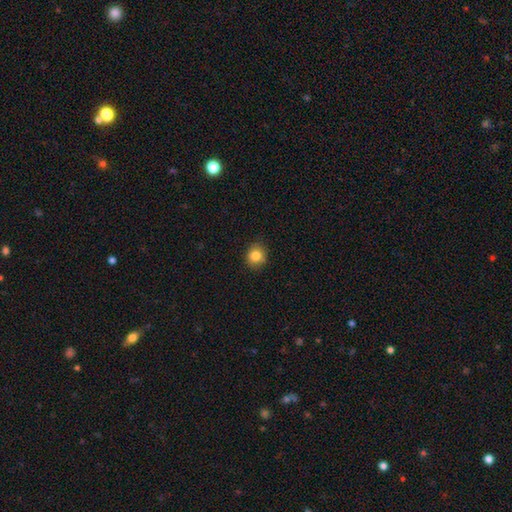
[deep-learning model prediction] smooth-or-featured: smooth: 84% | star or artifact: 10% | featured or disk: 6%
  how-rounded: round: 80% | in between: 19% | cigar-shaped: 1%
  merging: none: 87% | minor disturbance: 10% | major disturbance: 2% | merger: 1%